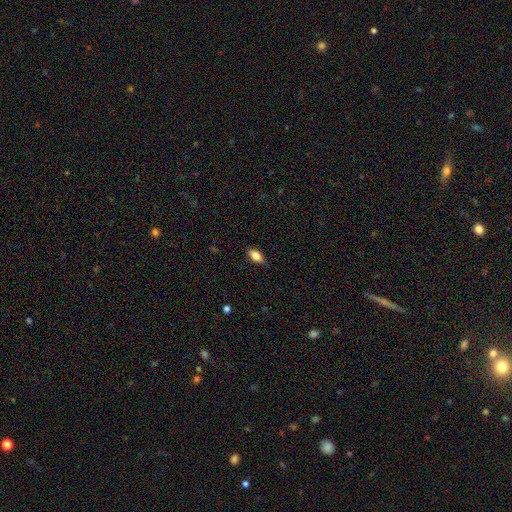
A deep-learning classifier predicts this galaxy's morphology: smooth 82%, featured or disk 11%, star or artifact 8%. Down the decision tree: how rounded — in between (88%); merging — none (84%).